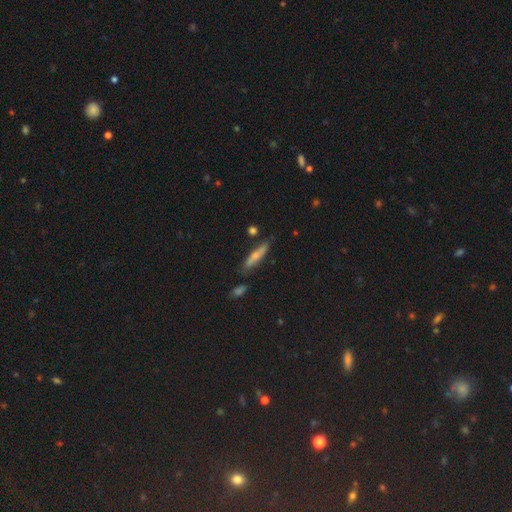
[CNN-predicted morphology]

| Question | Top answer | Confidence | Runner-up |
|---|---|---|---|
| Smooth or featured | smooth | 62% | featured or disk (31%) |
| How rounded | cigar-shaped | 82% | in between (16%) |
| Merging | none | 74% | minor disturbance (17%) |